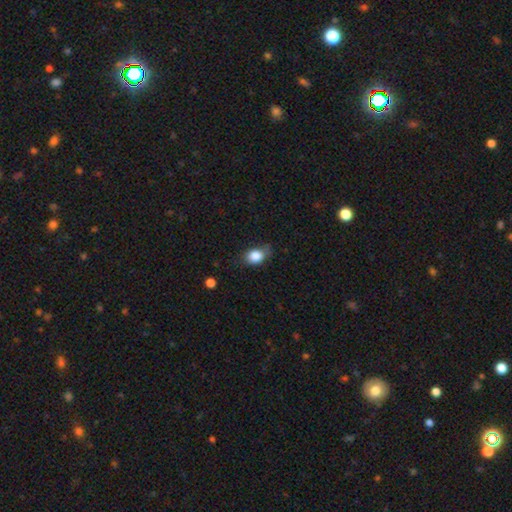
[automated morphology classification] type=smooth (82%); roundness=in between (64%); merging=none (59%).